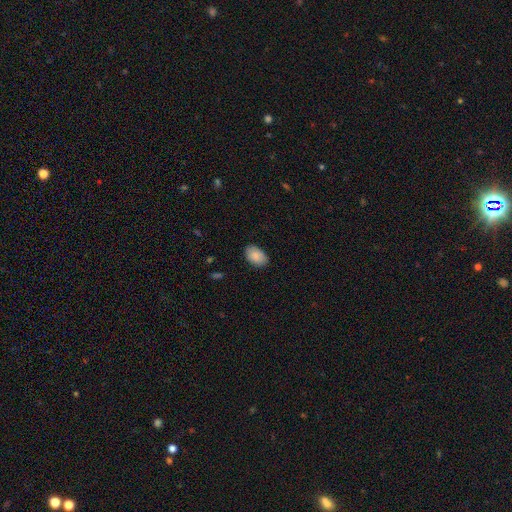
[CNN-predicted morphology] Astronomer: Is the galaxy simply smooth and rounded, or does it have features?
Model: smooth — 87%.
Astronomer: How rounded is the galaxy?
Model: in between — 90%.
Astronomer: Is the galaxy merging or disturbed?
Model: none — 85%.